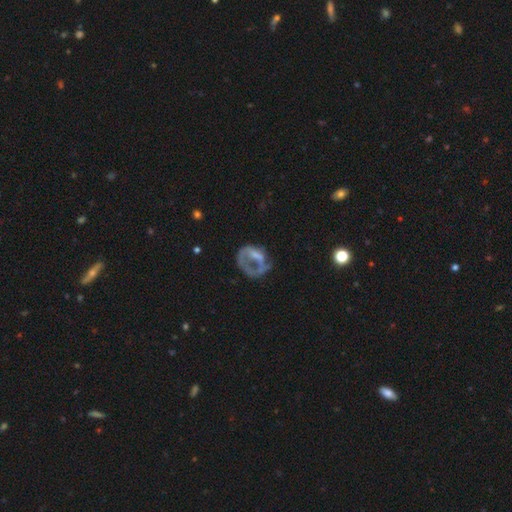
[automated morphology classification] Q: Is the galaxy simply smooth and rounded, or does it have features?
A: featured or disk — 58%.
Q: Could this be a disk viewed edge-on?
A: no — 96%.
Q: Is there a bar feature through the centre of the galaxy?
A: no — 74%.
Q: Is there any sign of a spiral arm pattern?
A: no — 71%.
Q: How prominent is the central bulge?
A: none — 49%.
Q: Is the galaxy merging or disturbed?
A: major disturbance — 42%.